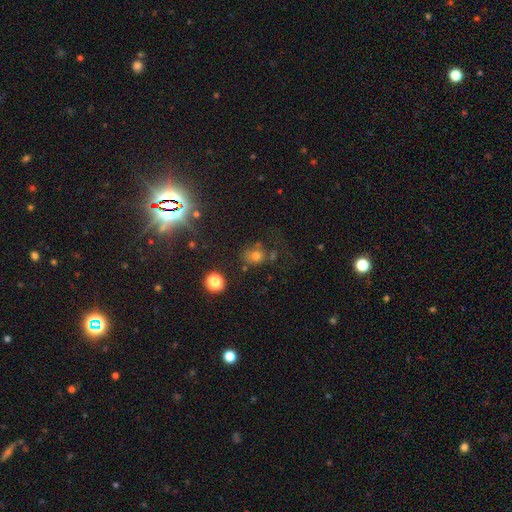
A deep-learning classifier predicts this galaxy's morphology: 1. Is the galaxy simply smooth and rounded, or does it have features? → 67% smooth, 21% star or artifact, 12% featured or disk.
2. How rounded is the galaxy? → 69% round, 30% in between, 1% cigar-shaped.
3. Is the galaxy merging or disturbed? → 57% none, 19% minor disturbance, 12% merger, 12% major disturbance.